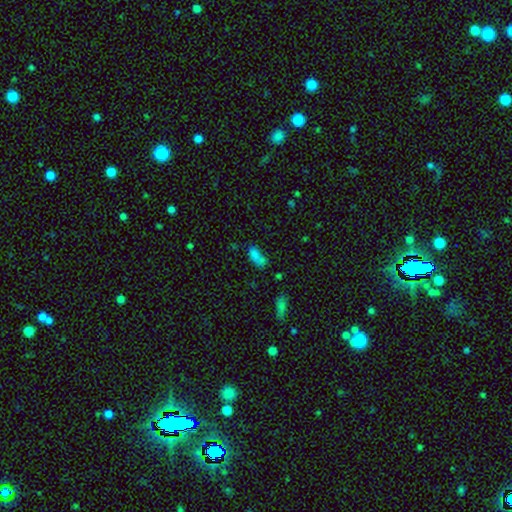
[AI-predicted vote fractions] A smooth galaxy with no disk features (76%) that is in between round and cigar-shaped (81%). Merging: none (40%).